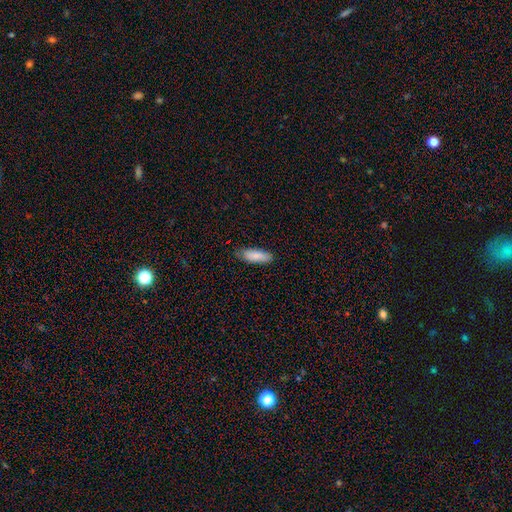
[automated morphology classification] type=smooth (87%); roundness=in between (58%); merging=none (79%).